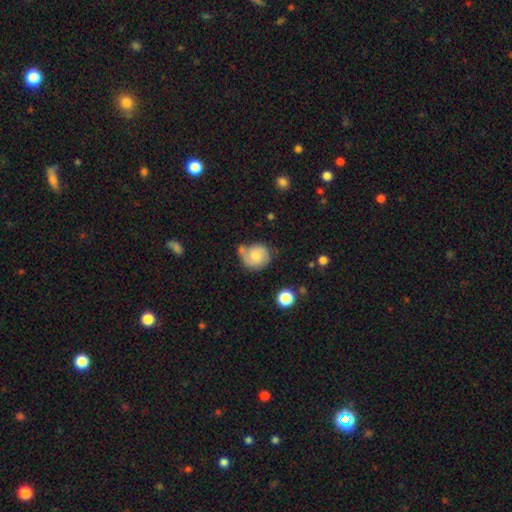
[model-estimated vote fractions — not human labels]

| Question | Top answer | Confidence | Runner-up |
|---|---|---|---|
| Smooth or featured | smooth | 48% | featured or disk (44%) |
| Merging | none | 48% | minor disturbance (26%) |